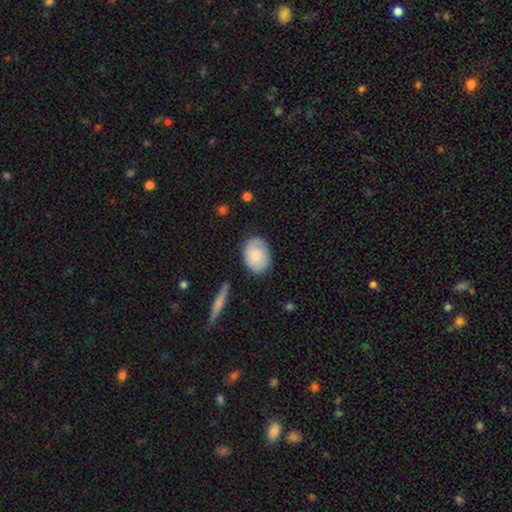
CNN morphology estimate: Smooth or featured?
  - smooth: 60% *
  - featured or disk: 34%
  - star or artifact: 6%
How rounded?
  - in between: 73% *
  - round: 26%
  - cigar-shaped: 1%
Merging?
  - none: 78% *
  - minor disturbance: 16%
  - major disturbance: 4%
  - merger: 2%